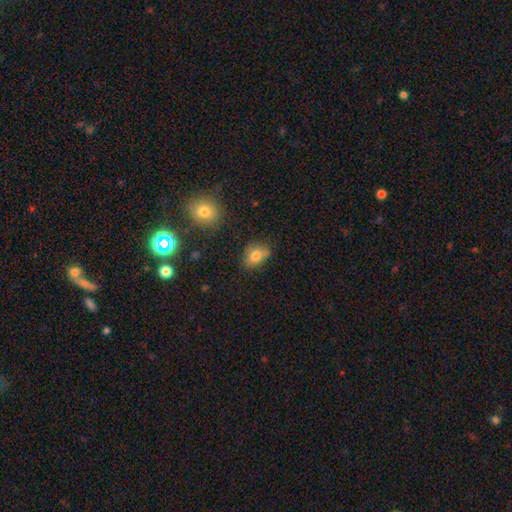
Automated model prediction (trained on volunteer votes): smooth-or-featured: smooth: 78% | featured or disk: 12% | star or artifact: 10%
  how-rounded: in between: 65% | round: 33% | cigar-shaped: 1%
  merging: none: 66% | minor disturbance: 22% | merger: 7% | major disturbance: 5%